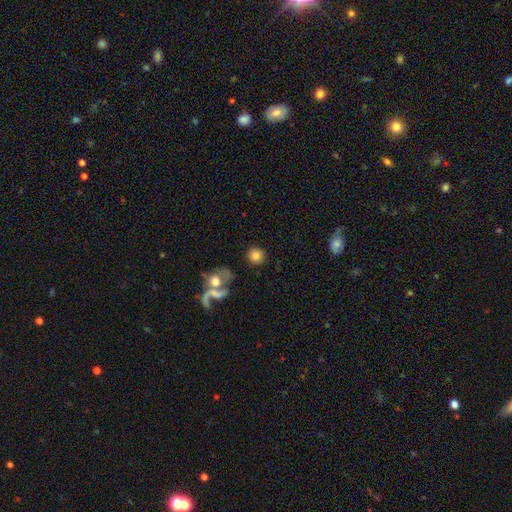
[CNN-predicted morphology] This appears to be a smooth galaxy with no disk features (78%) that is round (90%). Merging: none (80%).